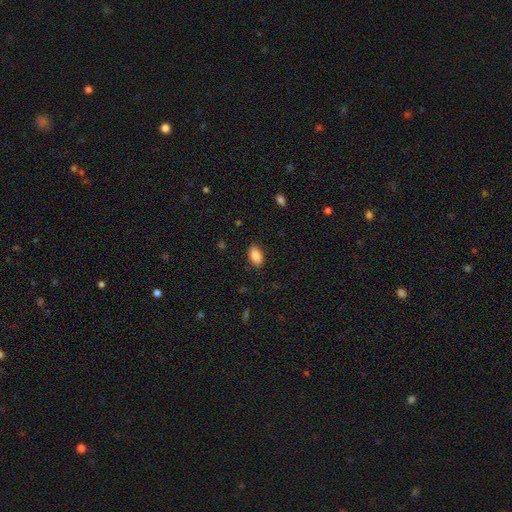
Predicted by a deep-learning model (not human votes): smooth 88%, star or artifact 7%, featured or disk 5%. Down the decision tree: how rounded — in between (92%); merging — none (85%).